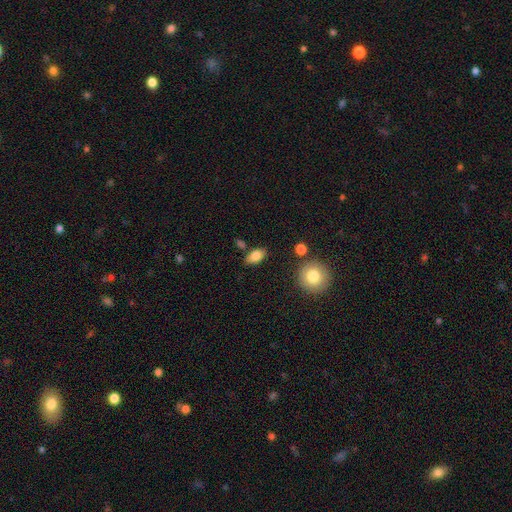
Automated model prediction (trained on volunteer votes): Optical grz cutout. It shows a smooth galaxy with no disk features (82%) that is in between round and cigar-shaped (89%). Merging: none (79%).